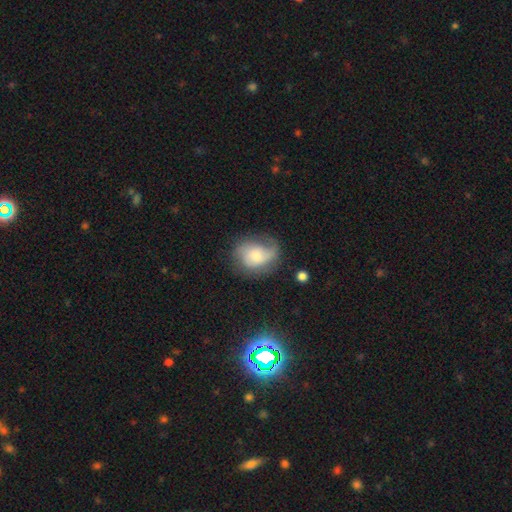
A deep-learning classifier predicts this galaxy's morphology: Smooth or featured? Predicted: featured or disk (p=0.48). Merging? Predicted: none (p=0.50).